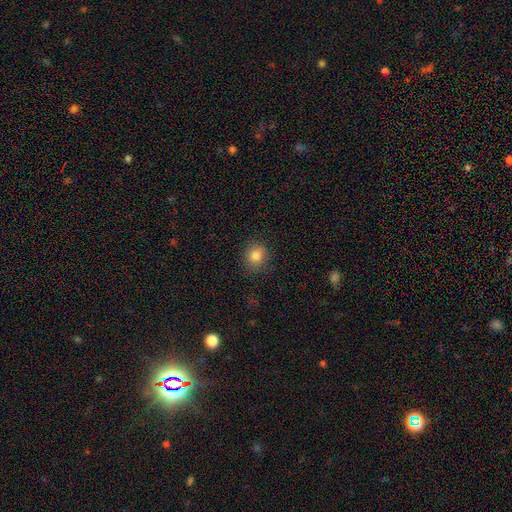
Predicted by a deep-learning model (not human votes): A smooth galaxy with no disk features (83%) that is round (80%). Merging: none (86%).